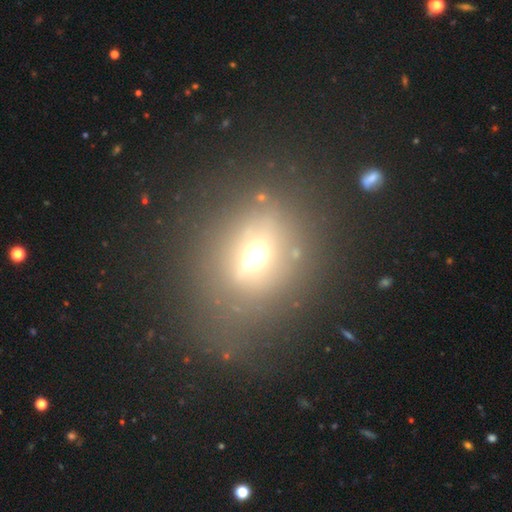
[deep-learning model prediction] Morphology: type=smooth (47%); merging=none (58%).